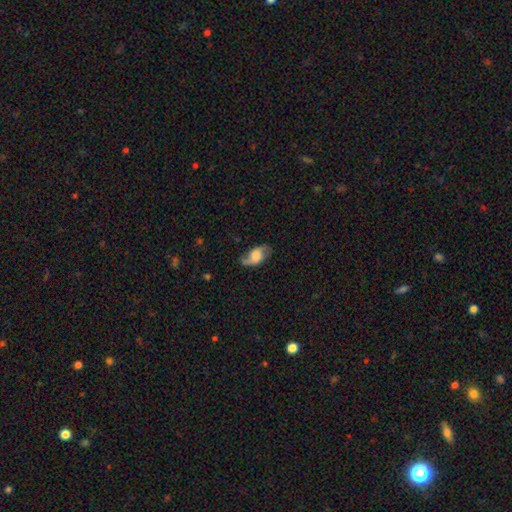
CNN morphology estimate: Smooth or featured?
  - featured or disk: 50% *
  - smooth: 42%
  - star or artifact: 8%
Edge-on disk?
  - no: 92% *
  - yes: 8%
Merging?
  - none: 66% *
  - minor disturbance: 23%
  - major disturbance: 9%
  - merger: 2%